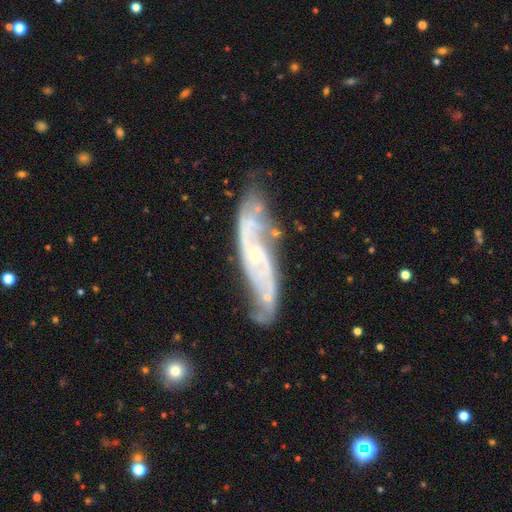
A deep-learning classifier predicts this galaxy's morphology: type=featured or disk (83%); edge-on=no (80%); bar=no (56%); spiral arms=yes (93%); winding=medium (43%); arm count=2 (52%); bulge=small (78%); merging=none (60%).